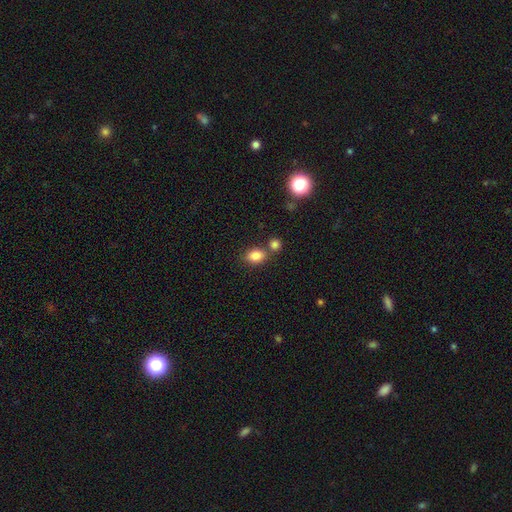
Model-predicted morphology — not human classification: smooth 83%, star or artifact 10%, featured or disk 7%. Down the decision tree: how rounded — in between (76%); merging — none (62%).